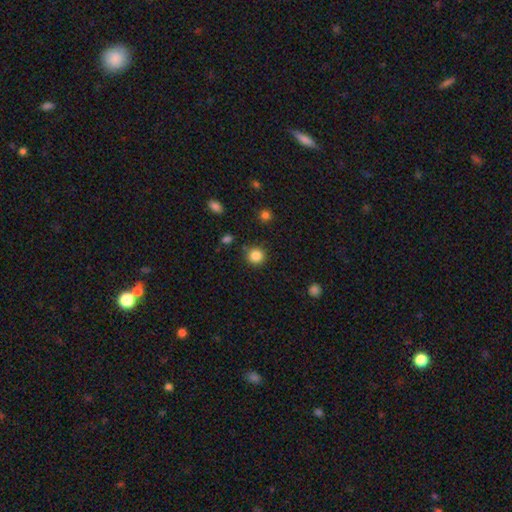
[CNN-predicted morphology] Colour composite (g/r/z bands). It shows a smooth galaxy with no disk features (85%) that is round (93%). Merging: none (87%).